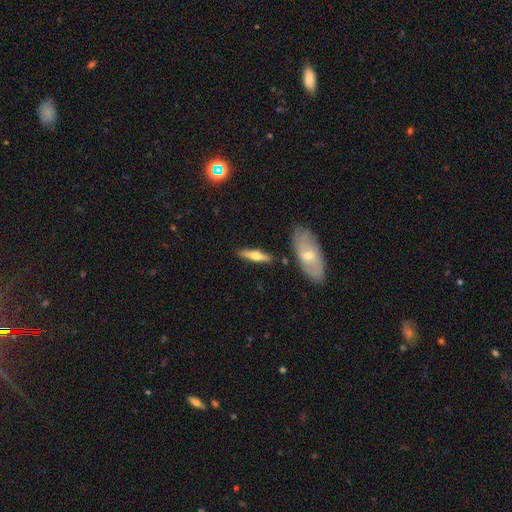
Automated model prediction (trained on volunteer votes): The model was most divided on "smooth or featured": featured or disk: 54%, smooth: 41%, star or artifact: 5%. More confident: edge-on disk — yes (92%); merging — none (83%).